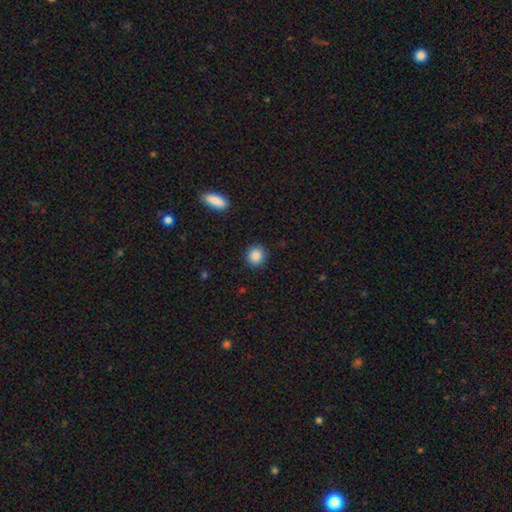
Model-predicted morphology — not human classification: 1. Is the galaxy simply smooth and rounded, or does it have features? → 88% smooth, 9% star or artifact, 3% featured or disk.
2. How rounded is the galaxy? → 87% round, 12% in between, 1% cigar-shaped.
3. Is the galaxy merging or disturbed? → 91% none, 6% minor disturbance, 2% major disturbance, 1% merger.